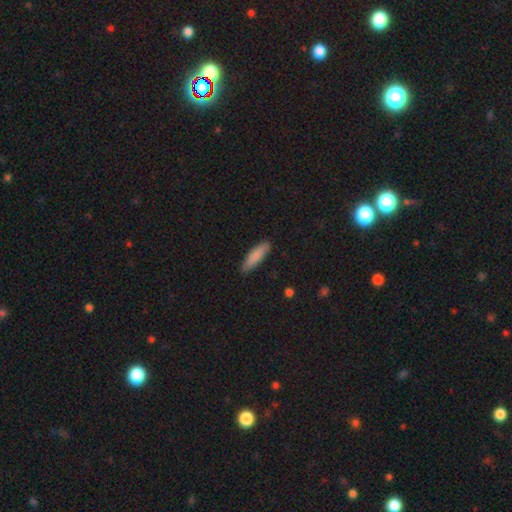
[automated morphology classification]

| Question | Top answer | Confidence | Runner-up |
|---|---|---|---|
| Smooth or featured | smooth | 85% | featured or disk (9%) |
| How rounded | cigar-shaped | 64% | in between (35%) |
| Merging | none | 83% | minor disturbance (14%) |